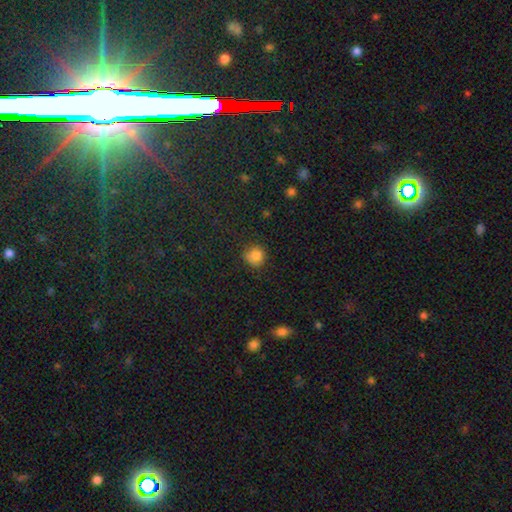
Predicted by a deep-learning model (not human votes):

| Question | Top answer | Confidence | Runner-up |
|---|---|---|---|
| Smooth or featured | smooth | 82% | star or artifact (12%) |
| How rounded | round | 88% | in between (11%) |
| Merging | none | 71% | minor disturbance (22%) |